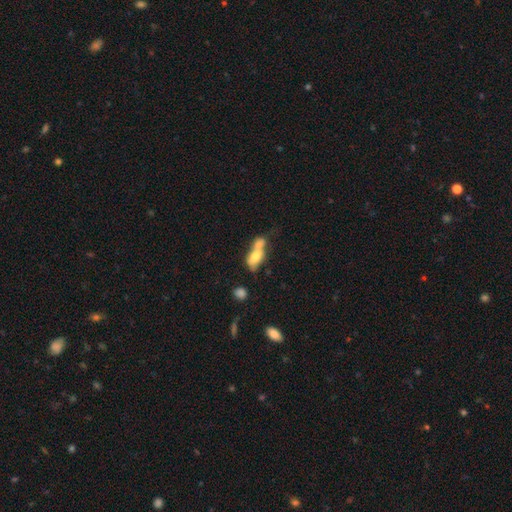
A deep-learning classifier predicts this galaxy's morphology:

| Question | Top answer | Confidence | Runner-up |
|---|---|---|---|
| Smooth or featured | smooth | 64% | featured or disk (27%) |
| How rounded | in between | 74% | round (14%) |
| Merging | merger | 66% | none (18%) |